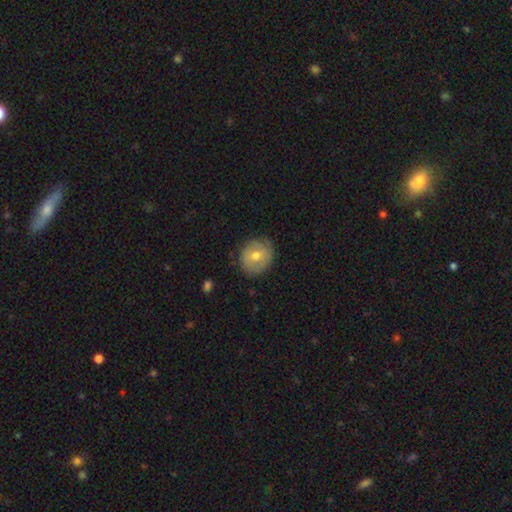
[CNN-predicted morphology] Smooth or featured? smooth (55%)
How rounded? round (79%)
Merging? none (83%)